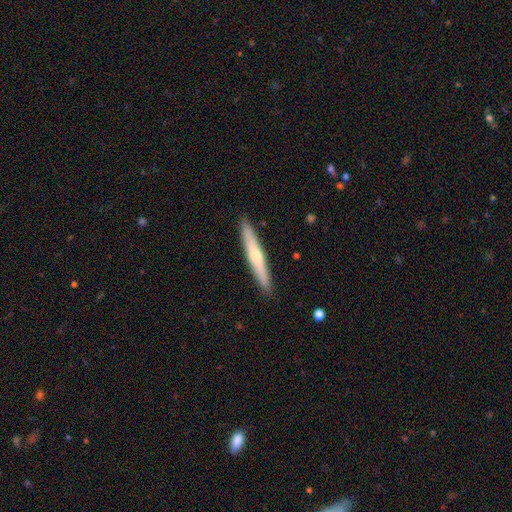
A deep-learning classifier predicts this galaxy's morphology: Q: Smooth or featured?
A: smooth (51%); runner-up: featured or disk (44%)
Q: How rounded?
A: cigar-shaped (95%); runner-up: in between (4%)
Q: Merging?
A: none (91%); runner-up: minor disturbance (6%)